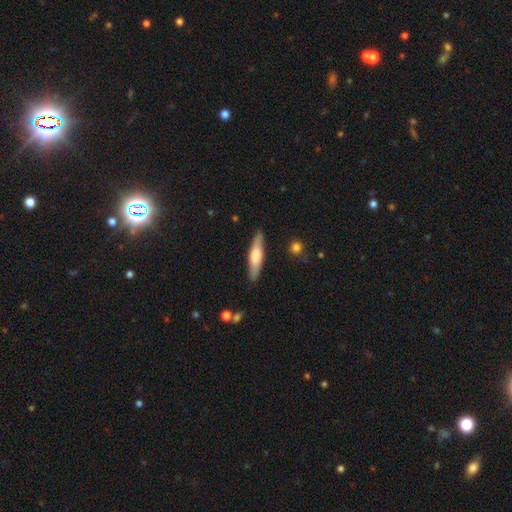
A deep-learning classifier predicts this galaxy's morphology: Smooth or featured?
  - smooth: 57% *
  - featured or disk: 38%
  - star or artifact: 5%
How rounded?
  - cigar-shaped: 76% *
  - in between: 23%
  - round: 2%
Merging?
  - none: 87% *
  - minor disturbance: 10%
  - major disturbance: 2%
  - merger: 1%